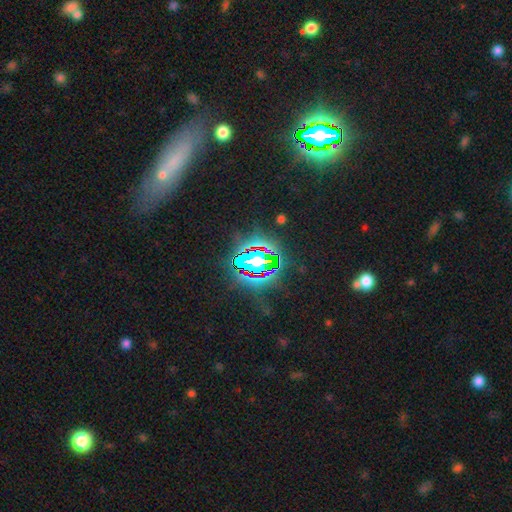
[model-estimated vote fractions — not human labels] A star or artifact, not a galaxy (75%).

Vote fractions:
- Smooth or featured? star or artifact: 75% / smooth: 13% / featured or disk: 12%